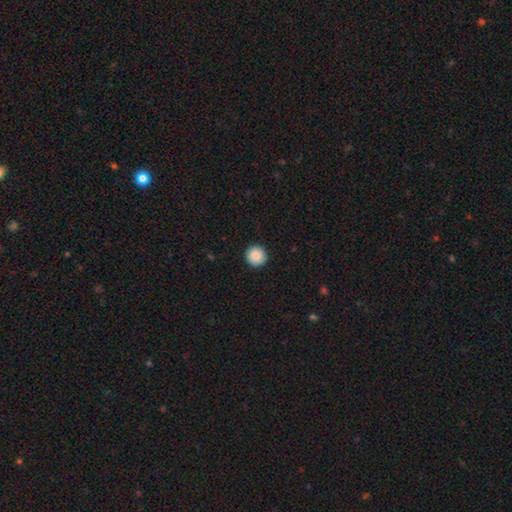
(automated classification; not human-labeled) Q: Smooth or featured?
A: smooth (89%); runner-up: star or artifact (8%)
Q: How rounded?
A: round (96%); runner-up: in between (3%)
Q: Merging?
A: none (93%); runner-up: minor disturbance (4%)